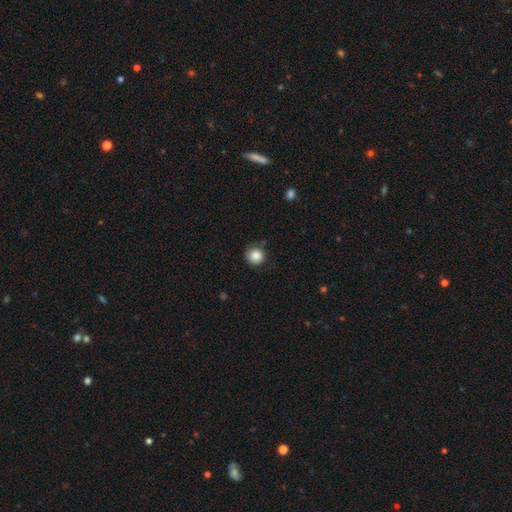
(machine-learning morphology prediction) Smooth or featured?
  - smooth: 86% *
  - star or artifact: 9%
  - featured or disk: 5%
How rounded?
  - round: 92% *
  - in between: 7%
  - cigar-shaped: 1%
Merging?
  - none: 76% *
  - minor disturbance: 18%
  - major disturbance: 4%
  - merger: 2%